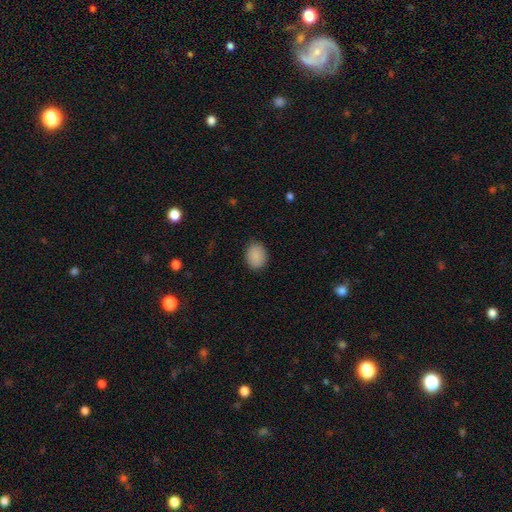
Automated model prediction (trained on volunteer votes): Smooth or featured: smooth — 89% (star or artifact — 8%)
How rounded: in between — 64% (round — 35%)
Merging: none — 87% (minor disturbance — 10%)